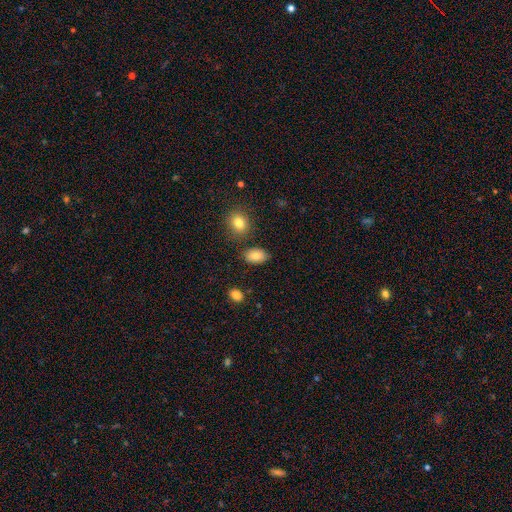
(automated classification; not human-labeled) This is clearly a smooth galaxy (82%). How rounded: clearly in between (88%). Merging: clearly none (80%).